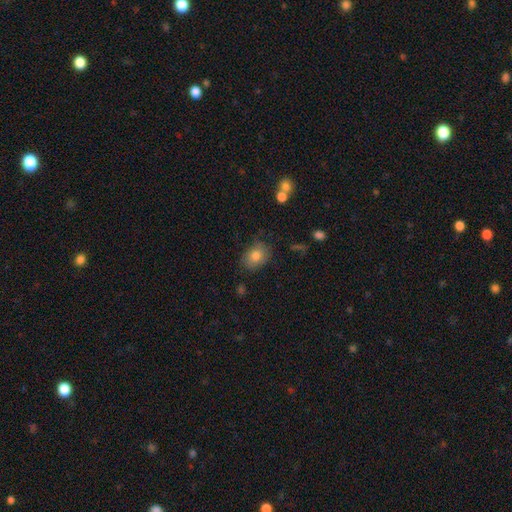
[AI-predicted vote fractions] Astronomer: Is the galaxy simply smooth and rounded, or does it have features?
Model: smooth — 80%.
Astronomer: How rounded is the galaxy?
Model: in between — 69%.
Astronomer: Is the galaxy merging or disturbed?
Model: none — 73%.